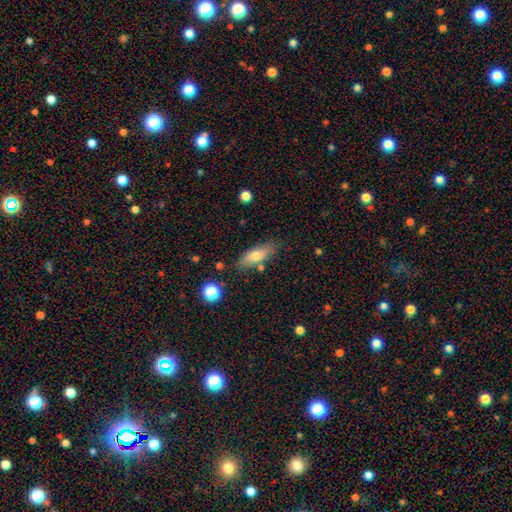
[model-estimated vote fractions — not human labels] smooth-or-featured: smooth: 70% | featured or disk: 22% | star or artifact: 7%
  how-rounded: in between: 63% | cigar-shaped: 34% | round: 3%
  merging: none: 77% | minor disturbance: 14% | merger: 6% | major disturbance: 3%